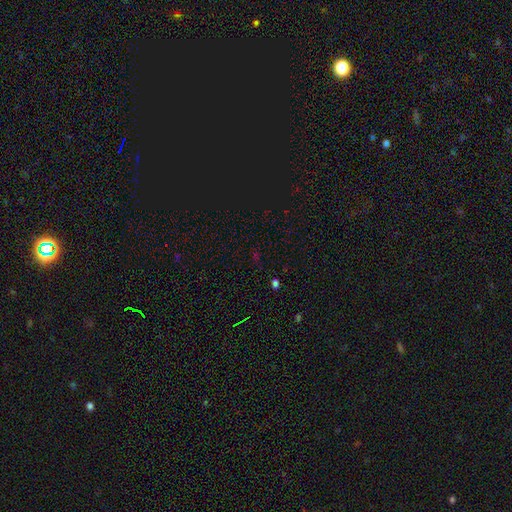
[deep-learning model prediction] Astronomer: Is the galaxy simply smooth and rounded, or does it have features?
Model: star or artifact — 65%.